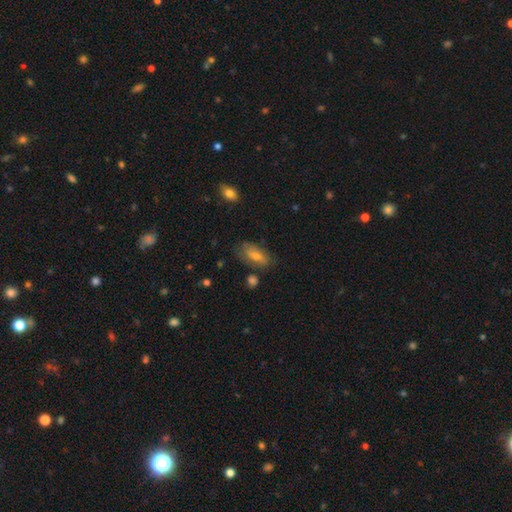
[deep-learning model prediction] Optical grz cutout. It shows a smooth galaxy with no disk features (58%) that is in between round and cigar-shaped (83%). Merging: none (71%).